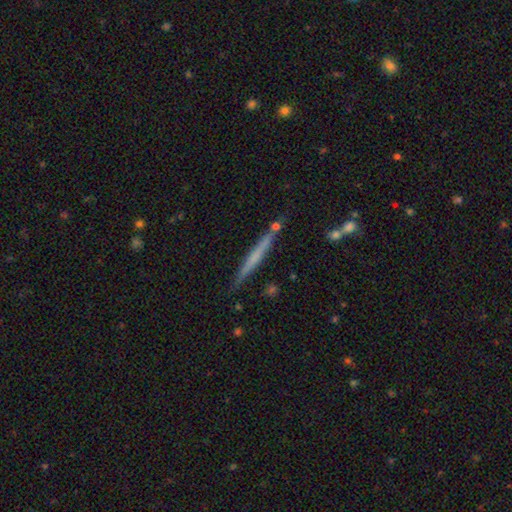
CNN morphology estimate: A featured or disk galaxy (49%). Merging: none (85%).